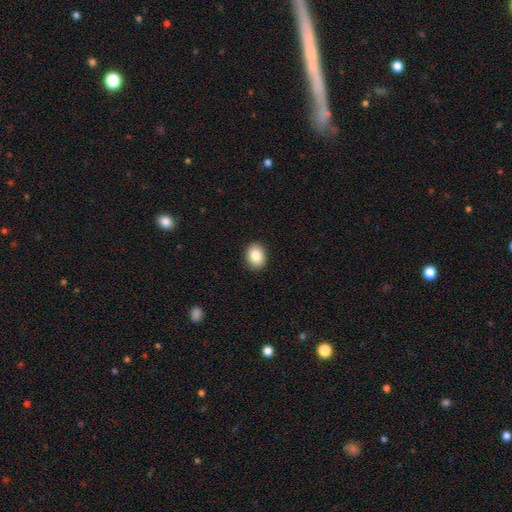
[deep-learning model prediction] Overall: smooth (85%). How rounded: in between (56%; round 44%). Merging: none (91%).